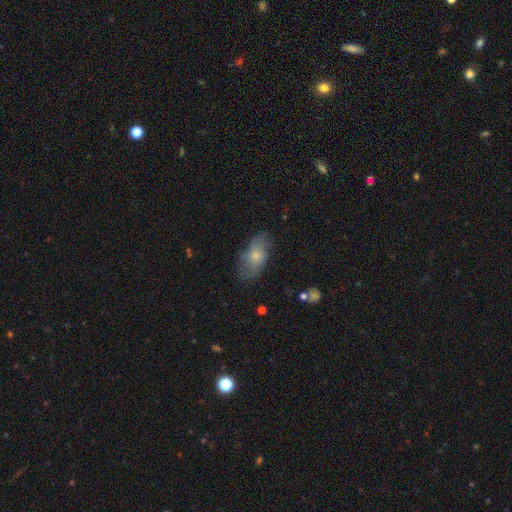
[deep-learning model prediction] The model was most divided on "smooth or featured": smooth: 64%, featured or disk: 29%, star or artifact: 7%. More confident: how rounded — in between (90%); merging — none (64%).